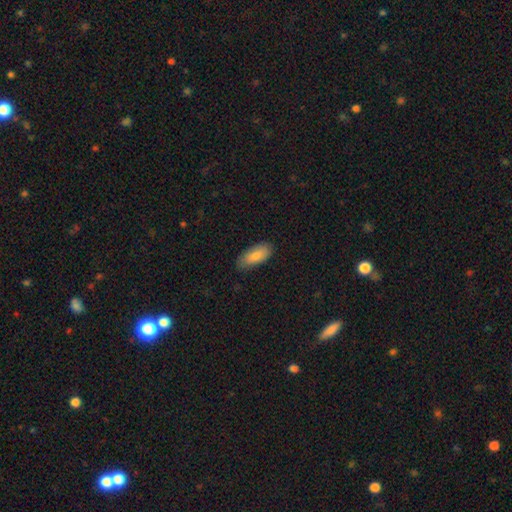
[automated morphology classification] Q: Smooth or featured?
A: smooth (83%); runner-up: featured or disk (11%)
Q: How rounded?
A: in between (85%); runner-up: cigar-shaped (13%)
Q: Merging?
A: none (82%); runner-up: minor disturbance (15%)